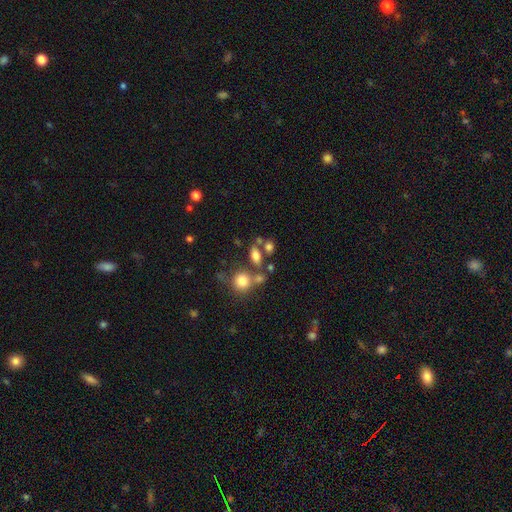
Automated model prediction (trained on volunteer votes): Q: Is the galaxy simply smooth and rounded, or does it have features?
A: smooth — 73%.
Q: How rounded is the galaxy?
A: in between — 77%.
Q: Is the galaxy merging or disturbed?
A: none — 57%.